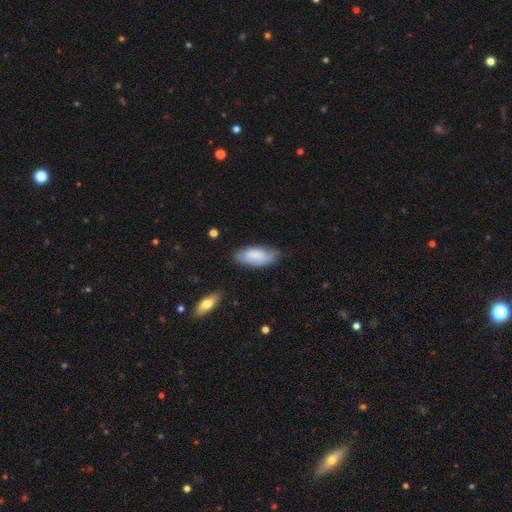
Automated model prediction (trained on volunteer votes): Overall: smooth (73%). How rounded: in between (89%). Merging: none (65%; minor disturbance 27%).